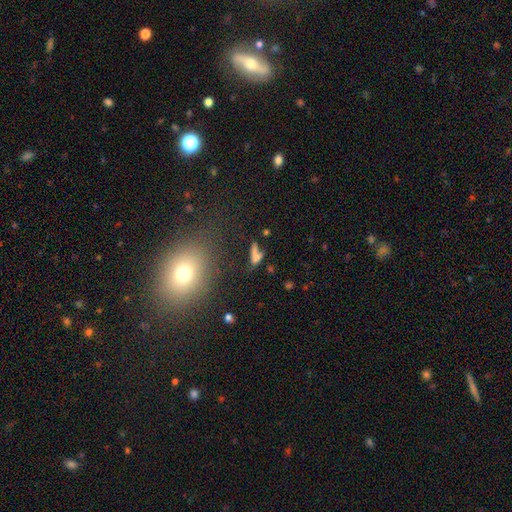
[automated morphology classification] Smooth or featured? Predicted: smooth (p=0.59). How rounded? Predicted: in between (p=0.48). Merging? Predicted: none (p=0.38).